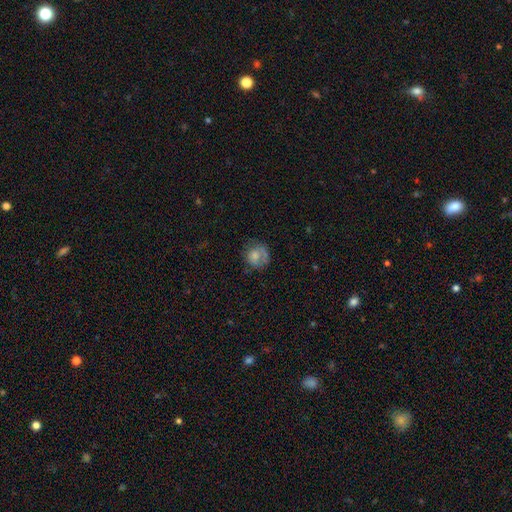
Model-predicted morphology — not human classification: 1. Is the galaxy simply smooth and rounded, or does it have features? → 67% smooth, 24% featured or disk, 9% star or artifact.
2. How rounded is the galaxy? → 80% round, 19% in between, 1% cigar-shaped.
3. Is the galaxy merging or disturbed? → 56% none, 25% minor disturbance, 16% major disturbance, 4% merger.